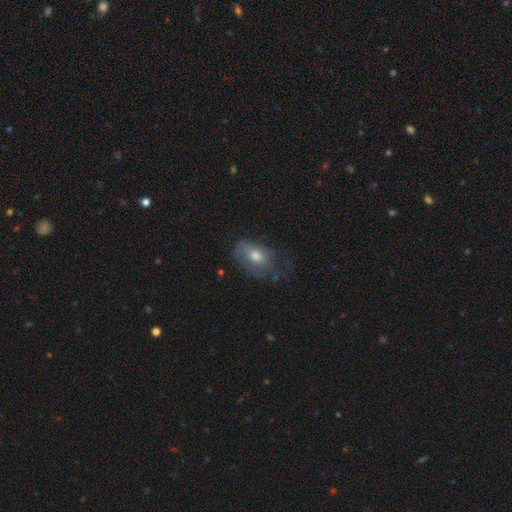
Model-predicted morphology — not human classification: smooth-or-featured: smooth: 57% | featured or disk: 33% | star or artifact: 9%
  how-rounded: in between: 85% | round: 12% | cigar-shaped: 3%
  merging: none: 43% | minor disturbance: 30% | major disturbance: 25% | merger: 2%